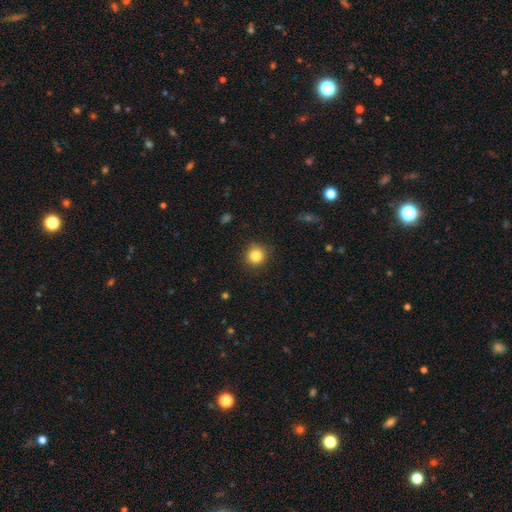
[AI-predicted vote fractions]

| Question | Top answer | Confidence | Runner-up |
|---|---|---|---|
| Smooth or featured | smooth | 84% | star or artifact (11%) |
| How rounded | round | 91% | in between (8%) |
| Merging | none | 87% | minor disturbance (9%) |